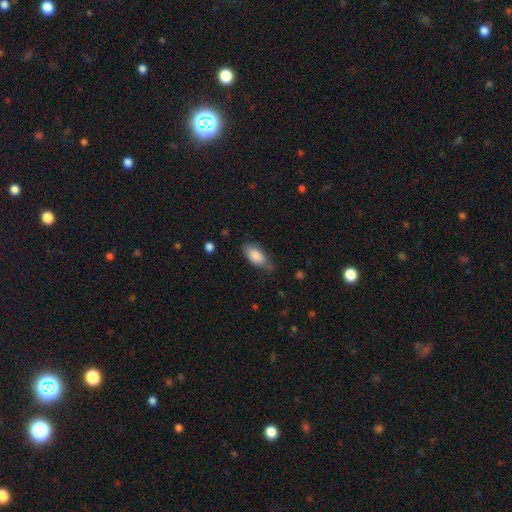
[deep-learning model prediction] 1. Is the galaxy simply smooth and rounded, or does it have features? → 86% smooth, 8% featured or disk, 6% star or artifact.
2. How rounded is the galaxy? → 90% in between, 7% cigar-shaped, 2% round.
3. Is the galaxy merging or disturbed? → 65% none, 27% minor disturbance, 6% major disturbance, 2% merger.